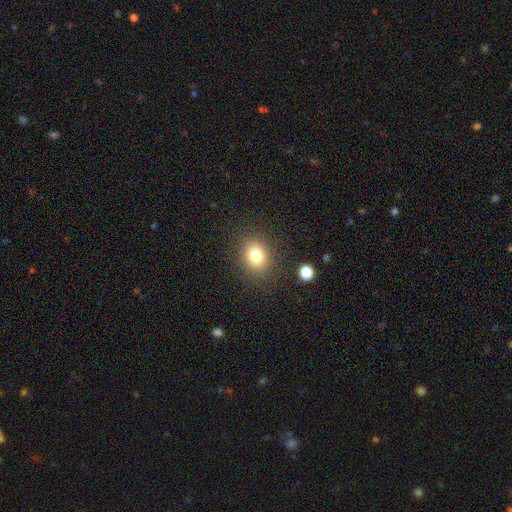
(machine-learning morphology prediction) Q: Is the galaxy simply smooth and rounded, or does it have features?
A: smooth — 79%.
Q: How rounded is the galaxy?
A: round — 60%.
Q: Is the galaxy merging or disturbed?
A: none — 85%.